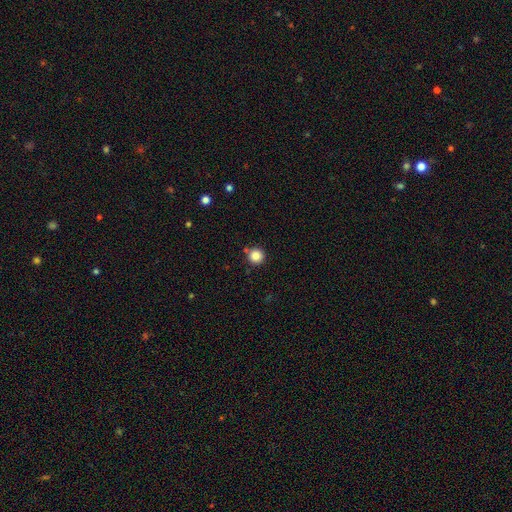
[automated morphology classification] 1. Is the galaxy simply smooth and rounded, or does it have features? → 85% smooth, 11% star or artifact, 4% featured or disk.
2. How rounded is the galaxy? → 95% round, 4% in between, 1% cigar-shaped.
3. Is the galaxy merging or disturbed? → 84% none, 9% minor disturbance, 5% merger, 2% major disturbance.